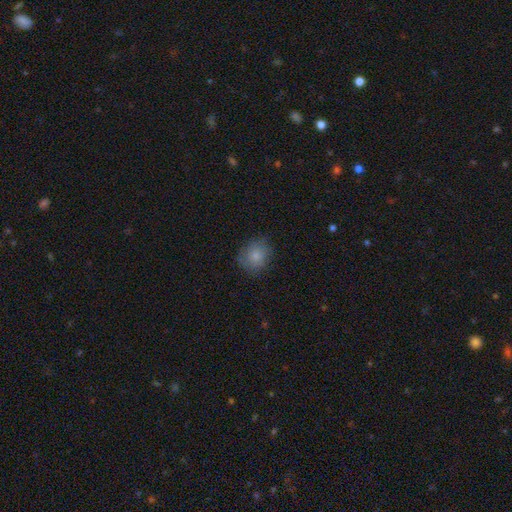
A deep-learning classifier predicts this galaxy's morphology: This appears to be a smooth galaxy with no disk features (82%) that is round (77%). Merging: none (76%).